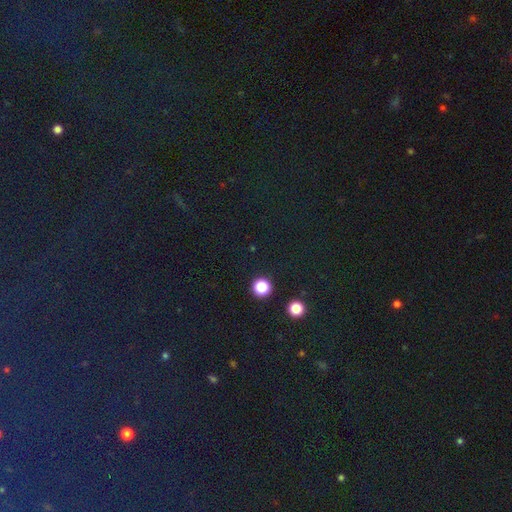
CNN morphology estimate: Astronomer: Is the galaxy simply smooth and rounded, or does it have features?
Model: star or artifact — 81%.